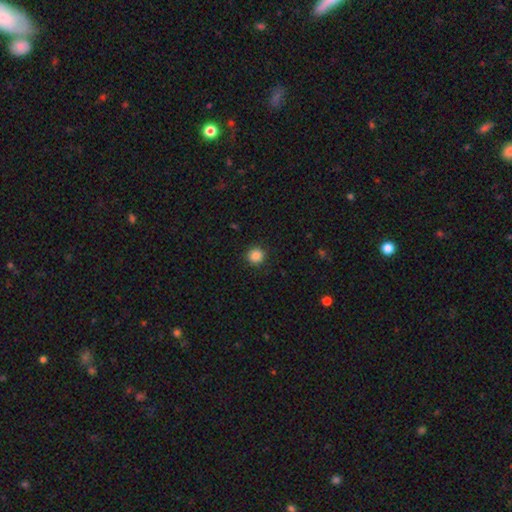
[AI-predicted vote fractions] Smooth or featured? Predicted: smooth (p=0.85). How rounded? Predicted: round (p=0.94). Merging? Predicted: none (p=0.91).